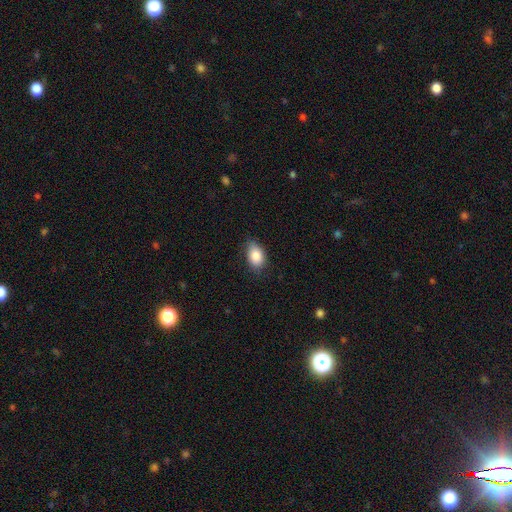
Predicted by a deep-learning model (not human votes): smooth-or-featured: smooth: 86% | star or artifact: 8% | featured or disk: 6%
  how-rounded: in between: 84% | round: 15% | cigar-shaped: 1%
  merging: none: 73% | minor disturbance: 22% | major disturbance: 4% | merger: 1%